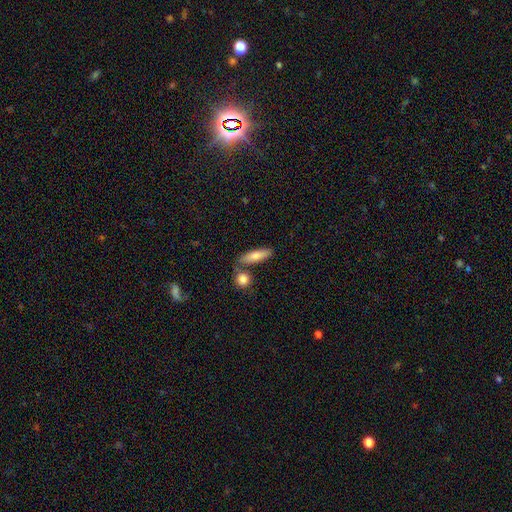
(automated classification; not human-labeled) smooth 74%, featured or disk 19%, star or artifact 6%. Down the decision tree: how rounded — cigar-shaped (56%); merging — none (68%).